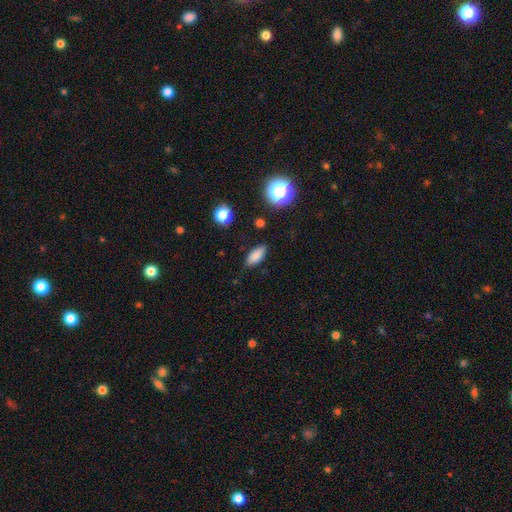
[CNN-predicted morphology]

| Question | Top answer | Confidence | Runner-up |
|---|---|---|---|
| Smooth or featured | smooth | 83% | star or artifact (11%) |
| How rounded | in between | 84% | cigar-shaped (12%) |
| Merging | none | 80% | minor disturbance (15%) |